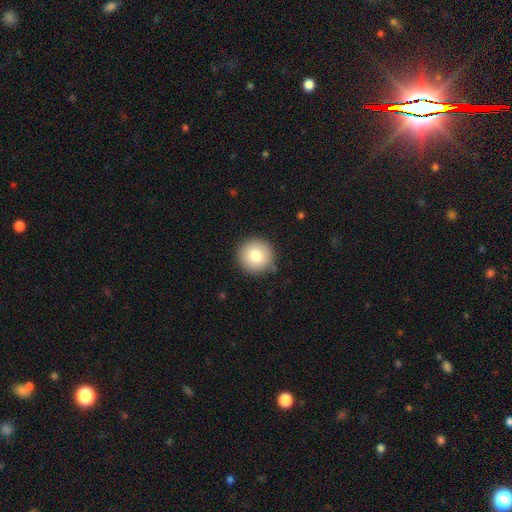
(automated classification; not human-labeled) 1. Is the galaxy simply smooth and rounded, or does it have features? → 81% smooth, 11% featured or disk, 9% star or artifact.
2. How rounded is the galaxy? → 96% round, 3% in between, 1% cigar-shaped.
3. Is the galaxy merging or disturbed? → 86% none, 10% minor disturbance, 2% major disturbance, 2% merger.